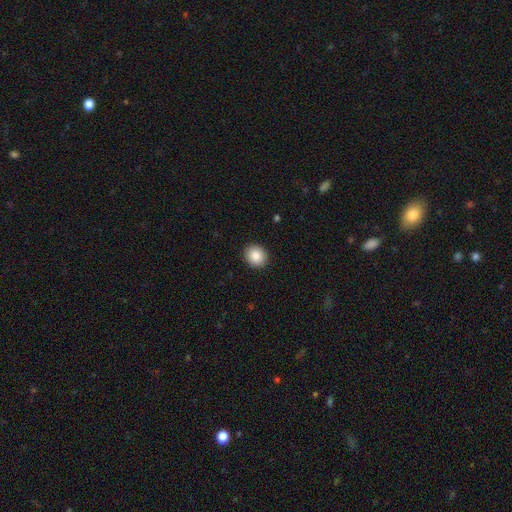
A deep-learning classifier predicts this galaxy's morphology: smooth_or_featured: smooth (p=0.86) [alt: star or artifact p=0.08]
how_rounded: round (p=0.79) [alt: in between p=0.20]
merging: none (p=0.92) [alt: minor disturbance p=0.05]